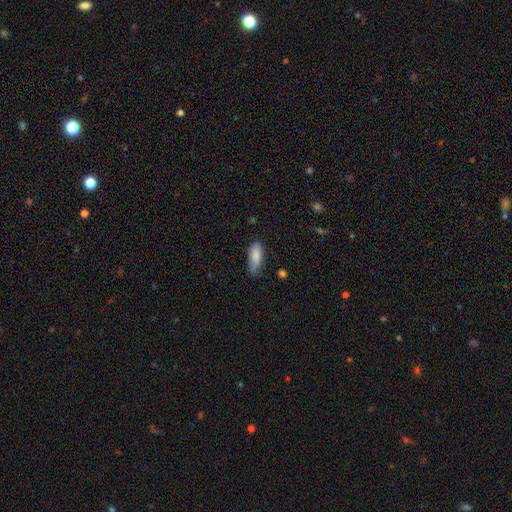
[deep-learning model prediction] This appears to be a smooth galaxy with no disk features (80%) that is in between round and cigar-shaped (77%). Merging: none (63%).